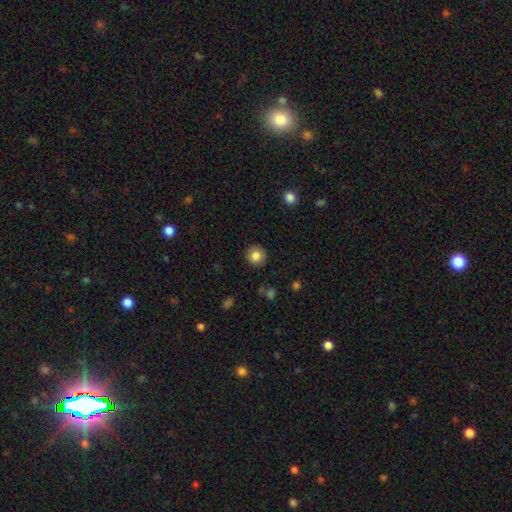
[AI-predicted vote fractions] Q: Smooth or featured?
A: smooth (85%); runner-up: star or artifact (9%)
Q: How rounded?
A: round (93%); runner-up: in between (6%)
Q: Merging?
A: none (90%); runner-up: minor disturbance (7%)